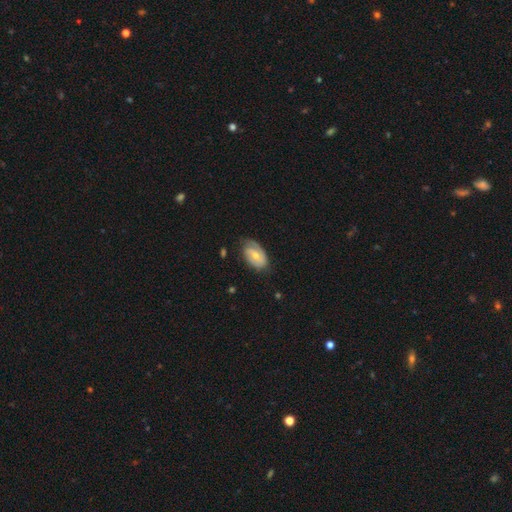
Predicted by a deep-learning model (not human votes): featured or disk 60%, smooth 34%, star or artifact 6%. Down the decision tree: edge-on disk — no (94%); bar — no (53%); spiral arms — yes (80%); bulge size — moderate (53%); merging — none (61%).